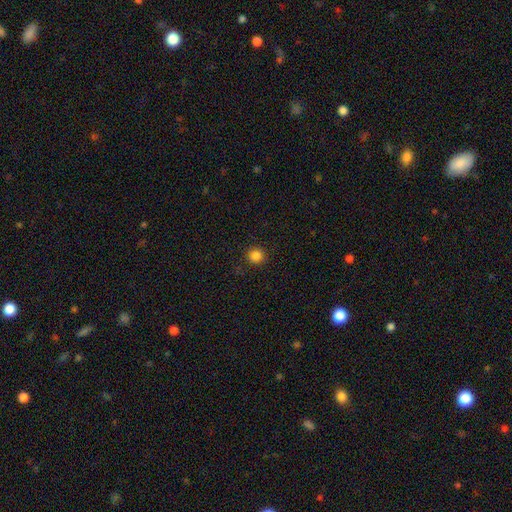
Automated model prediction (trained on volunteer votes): This appears to be a smooth galaxy with no disk features (84%) that is round (94%). Merging: none (90%).